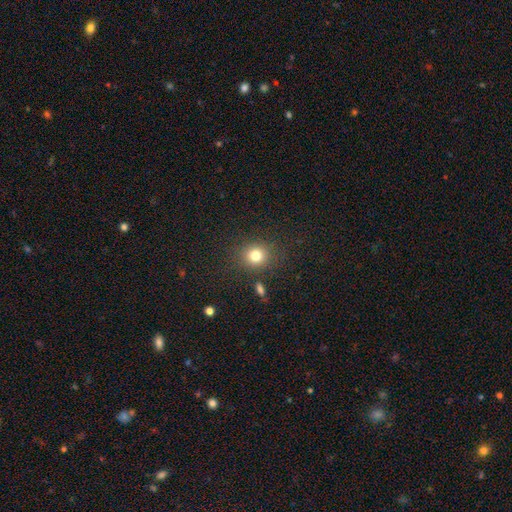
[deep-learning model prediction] Smooth or featured?
  - smooth: 80% *
  - star or artifact: 13%
  - featured or disk: 7%
How rounded?
  - round: 82% *
  - in between: 17%
  - cigar-shaped: 1%
Merging?
  - none: 83% *
  - minor disturbance: 9%
  - major disturbance: 4%
  - merger: 3%